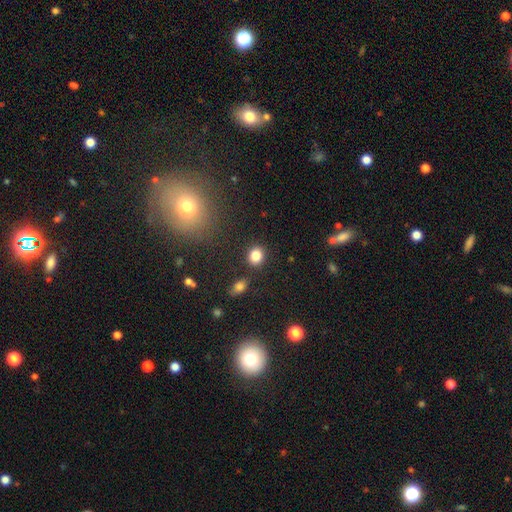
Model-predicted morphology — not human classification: Q: Smooth or featured?
A: smooth (84%); runner-up: star or artifact (10%)
Q: How rounded?
A: round (64%); runner-up: in between (35%)
Q: Merging?
A: none (83%); runner-up: minor disturbance (9%)